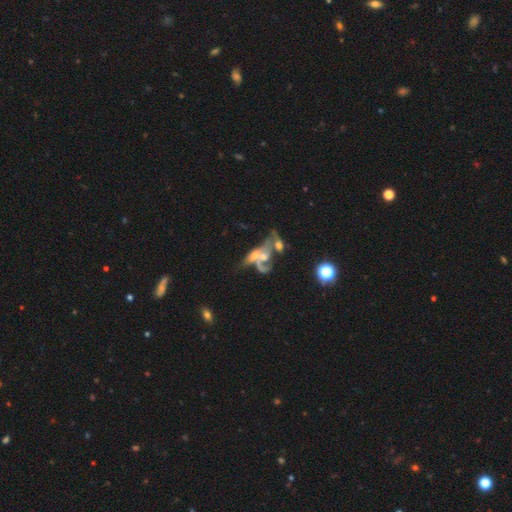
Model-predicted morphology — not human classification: Smooth or featured? Predicted: featured or disk (p=0.60). Edge-on disk? Predicted: no (p=0.82). Merging? Predicted: merger (p=0.60).